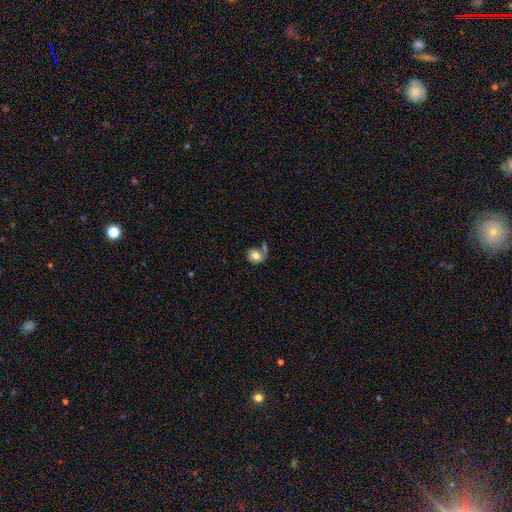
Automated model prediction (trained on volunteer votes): Q: Smooth or featured?
A: smooth (65%); runner-up: featured or disk (26%)
Q: How rounded?
A: round (61%); runner-up: in between (38%)
Q: Merging?
A: none (40%); runner-up: major disturbance (22%)